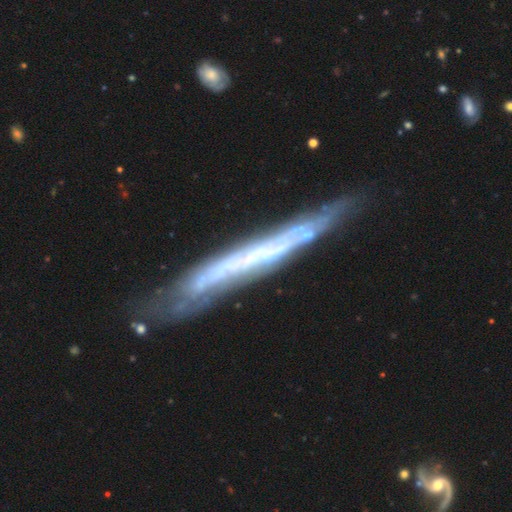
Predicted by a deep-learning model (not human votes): Smooth or featured? Predicted: featured or disk (p=0.74). Edge-on disk? Predicted: yes (p=0.82). Edge-on bulge? Predicted: none (p=0.84). Merging? Predicted: none (p=0.72).